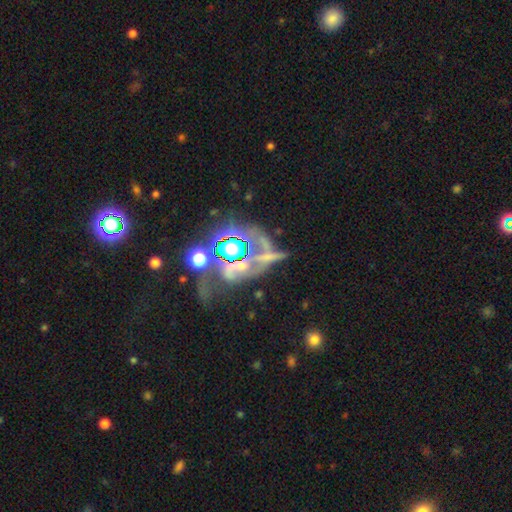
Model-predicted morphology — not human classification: This is likely a star or artifact rather than a galaxy (76%).